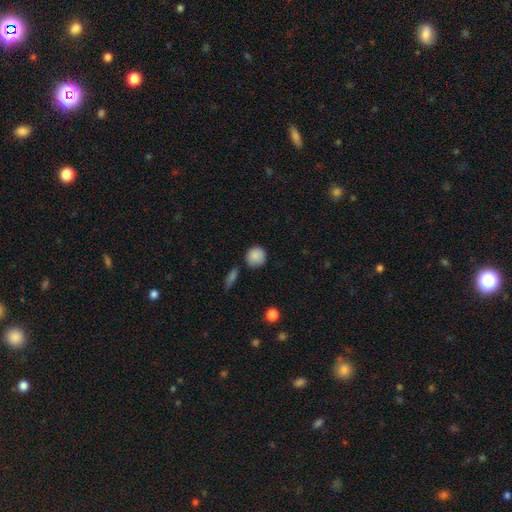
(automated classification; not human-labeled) Q: Smooth or featured?
A: smooth (87%); runner-up: star or artifact (8%)
Q: How rounded?
A: round (88%); runner-up: in between (11%)
Q: Merging?
A: none (80%); runner-up: minor disturbance (13%)